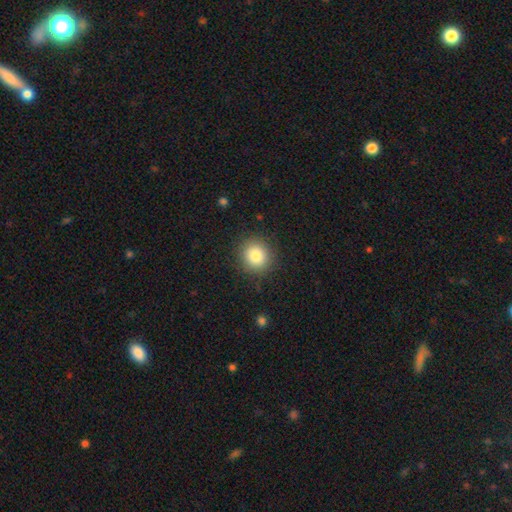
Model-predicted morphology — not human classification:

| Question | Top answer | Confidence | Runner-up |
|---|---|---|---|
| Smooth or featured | smooth | 83% | star or artifact (10%) |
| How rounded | round | 89% | in between (10%) |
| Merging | none | 89% | minor disturbance (7%) |